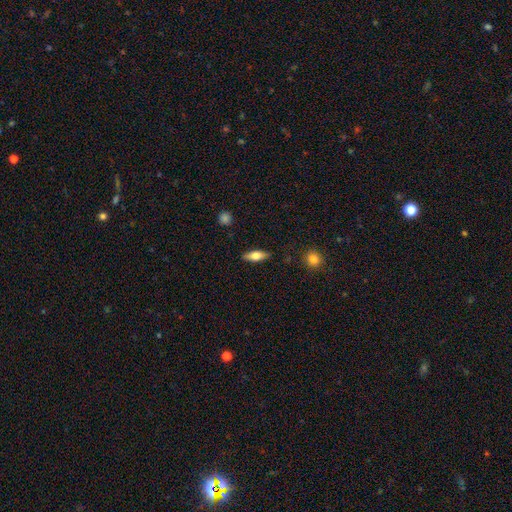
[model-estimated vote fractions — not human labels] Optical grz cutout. It shows a smooth galaxy with no disk features (61%) that is in between round and cigar-shaped (64%). Merging: none (87%).